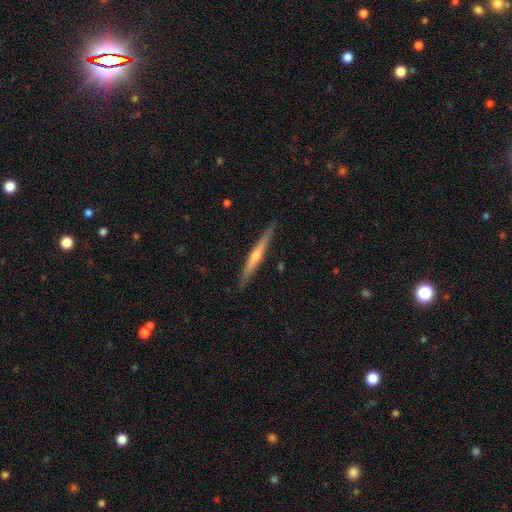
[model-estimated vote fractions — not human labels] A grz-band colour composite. It shows a featured or disk galaxy (73%) viewed edge-on (98%) with a rounded central bulge (78%). Merging: none (91%).